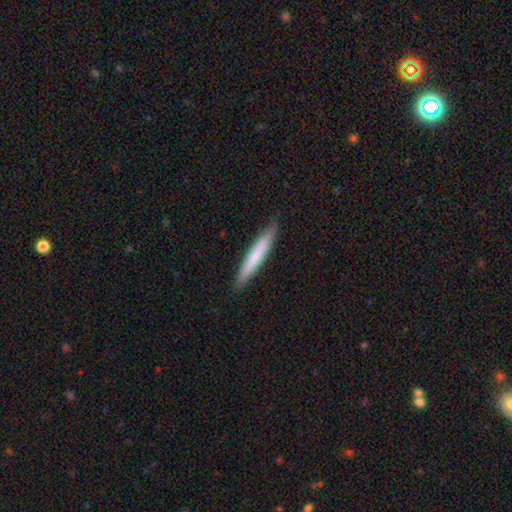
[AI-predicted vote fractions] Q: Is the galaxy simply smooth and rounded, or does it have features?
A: smooth — 70%.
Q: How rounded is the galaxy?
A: cigar-shaped — 96%.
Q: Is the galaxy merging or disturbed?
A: none — 91%.